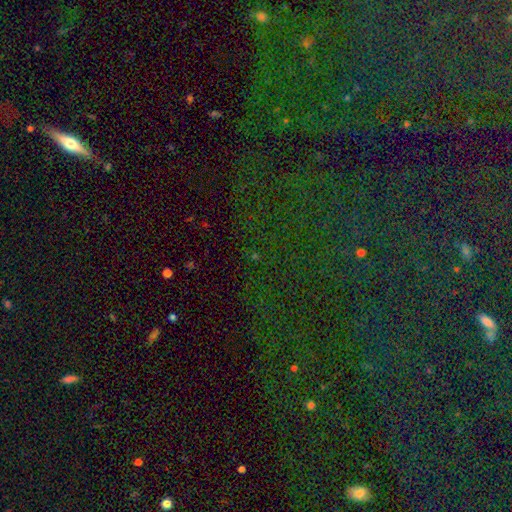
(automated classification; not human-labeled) Smooth or featured?
  - star or artifact: 81% *
  - smooth: 11%
  - featured or disk: 8%